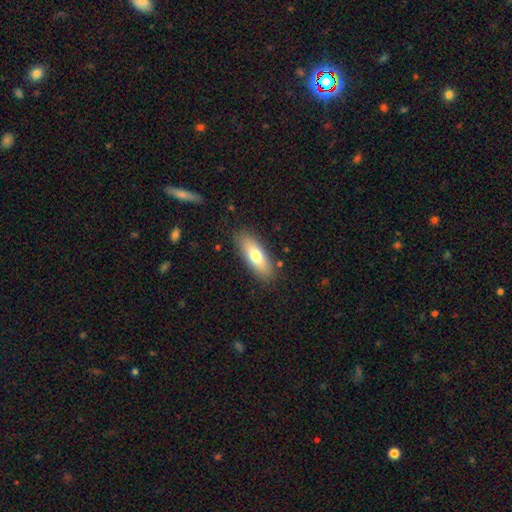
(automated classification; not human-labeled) smooth 70%, featured or disk 23%, star or artifact 7%. Down the decision tree: how rounded — in between (71%); merging — none (85%).